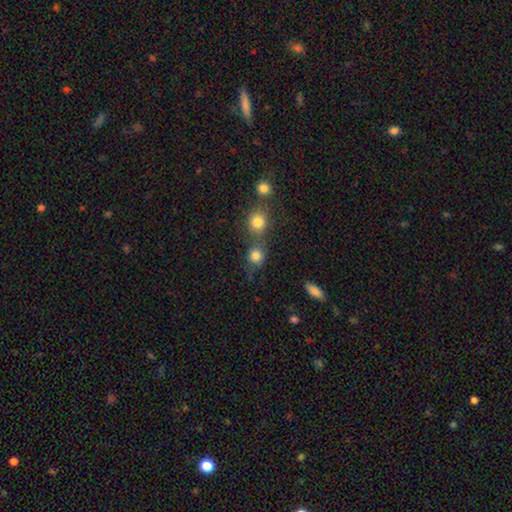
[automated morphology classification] A smooth galaxy with no disk features (81%) that is round (85%).

Vote fractions:
- Smooth or featured? smooth: 81% / star or artifact: 12% / featured or disk: 7%
- How rounded? round: 85% / in between: 14% / cigar-shaped: 1%
- Merging? none: 53% / merger: 33% / minor disturbance: 9% / major disturbance: 5%